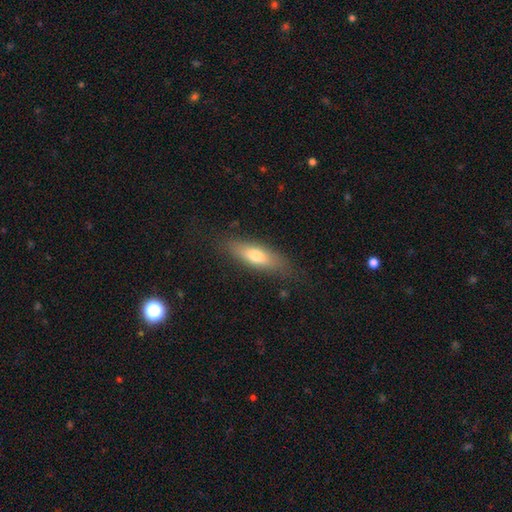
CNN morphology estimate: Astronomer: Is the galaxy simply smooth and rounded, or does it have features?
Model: smooth — 67%.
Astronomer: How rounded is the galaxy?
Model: in between — 53% (runner-up: cigar-shaped, 44%).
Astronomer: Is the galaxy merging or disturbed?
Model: none — 79%.